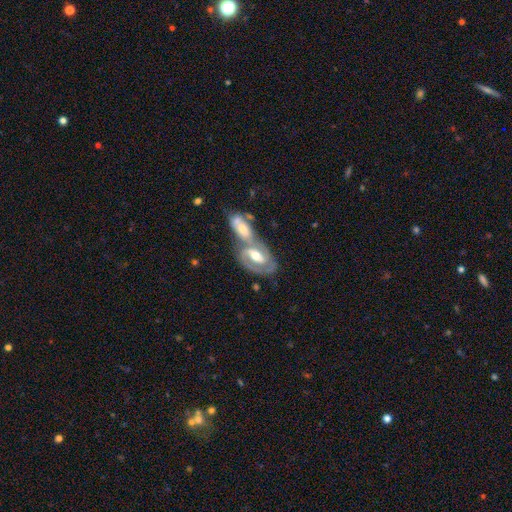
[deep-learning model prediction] Overall: featured or disk (74%). Edge-on disk: no (94%). Bar: weak (40%; strong 37%). Spiral arms: yes (80%). Spiral arm count: 2 (71%). Spiral winding: medium (43%; tight 42%). Bulge size: moderate (71%). Merging: merger (60%; none 25%).